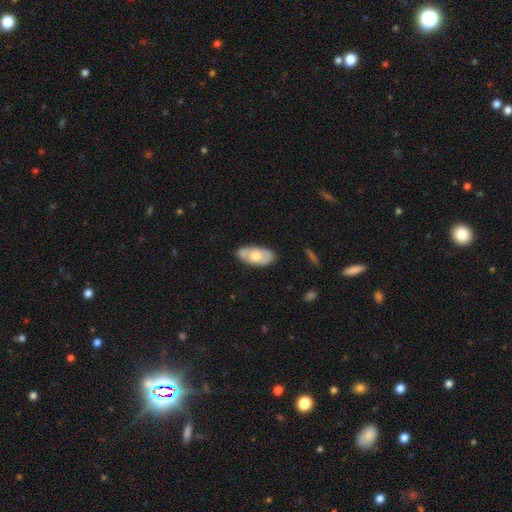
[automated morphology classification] A smooth galaxy with no disk features (54%) that is in between round and cigar-shaped (92%). Merging: none (74%).